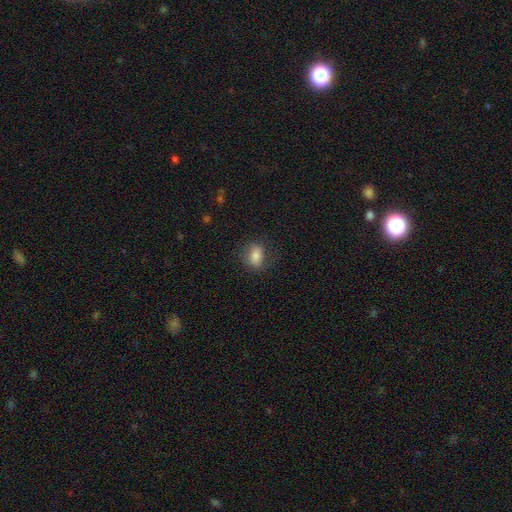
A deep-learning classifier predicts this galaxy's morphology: Smooth or featured? Predicted: smooth (p=0.81). How rounded? Predicted: in between (p=0.67). Merging? Predicted: none (p=0.78).